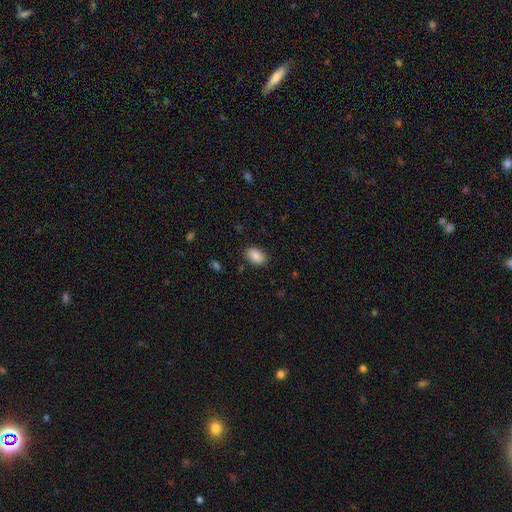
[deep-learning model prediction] Q: Smooth or featured?
A: smooth (86%); runner-up: star or artifact (7%)
Q: How rounded?
A: in between (89%); runner-up: round (9%)
Q: Merging?
A: none (86%); runner-up: minor disturbance (10%)